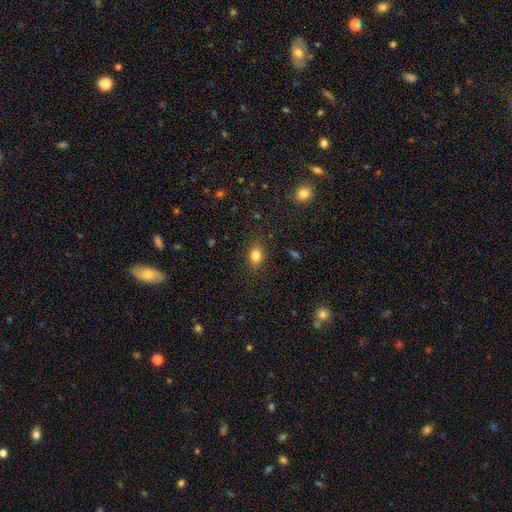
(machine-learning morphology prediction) A smooth galaxy with no disk features (81%) that is in between round and cigar-shaped (69%).

Vote fractions:
- Smooth or featured? smooth: 81% / star or artifact: 11% / featured or disk: 8%
- How rounded? in between: 69% / round: 30% / cigar-shaped: 2%
- Merging? none: 86% / minor disturbance: 10% / major disturbance: 3% / merger: 1%